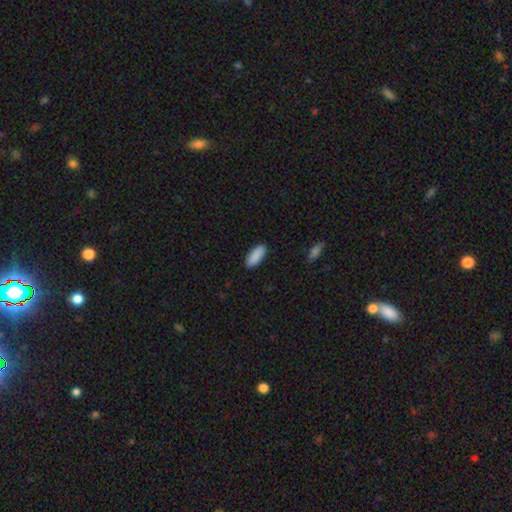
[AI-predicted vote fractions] smooth_or_featured: smooth (p=0.90) [alt: star or artifact p=0.06]
how_rounded: in between (p=0.78) [alt: cigar-shaped p=0.20]
merging: none (p=0.89) [alt: minor disturbance p=0.08]